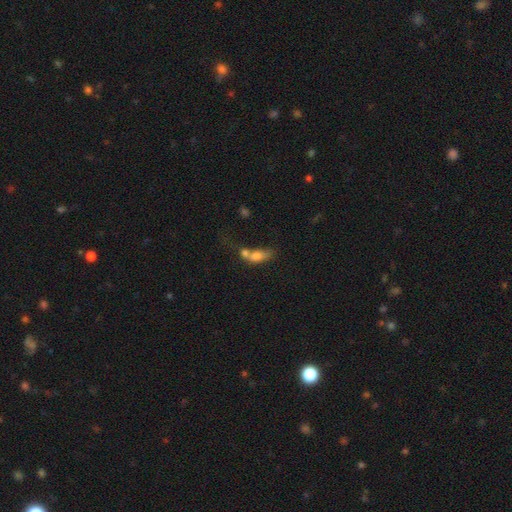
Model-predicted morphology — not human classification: Smooth or featured?
  - smooth: 69% *
  - featured or disk: 21%
  - star or artifact: 10%
How rounded?
  - in between: 73% *
  - cigar-shaped: 15%
  - round: 12%
Merging?
  - merger: 58% *
  - none: 17%
  - major disturbance: 13%
  - minor disturbance: 11%